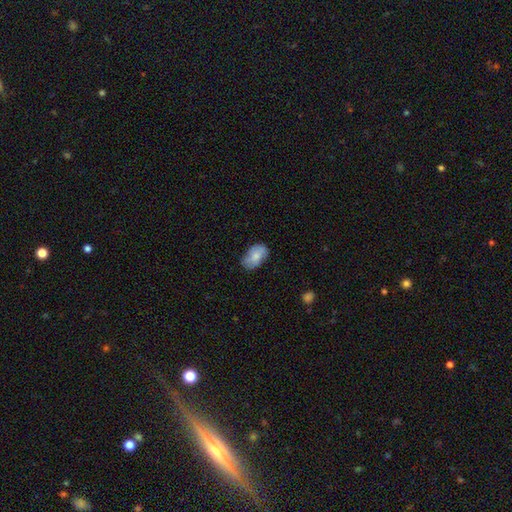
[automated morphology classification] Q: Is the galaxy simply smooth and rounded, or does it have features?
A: smooth — 79%.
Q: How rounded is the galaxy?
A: in between — 92%.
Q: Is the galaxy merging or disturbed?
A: none — 72%.